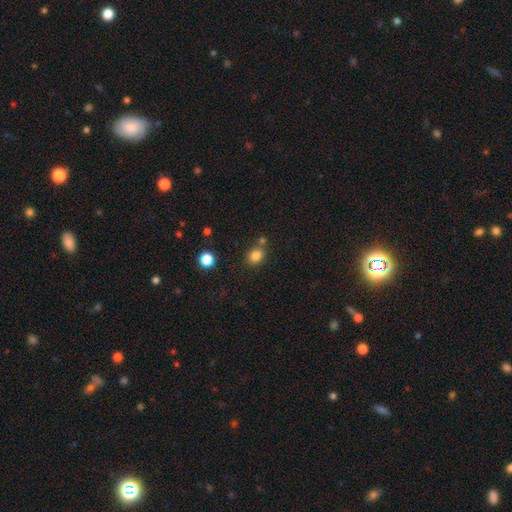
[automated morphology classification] Smooth or featured? smooth (82%)
How rounded? round (54%)
Merging? none (68%)